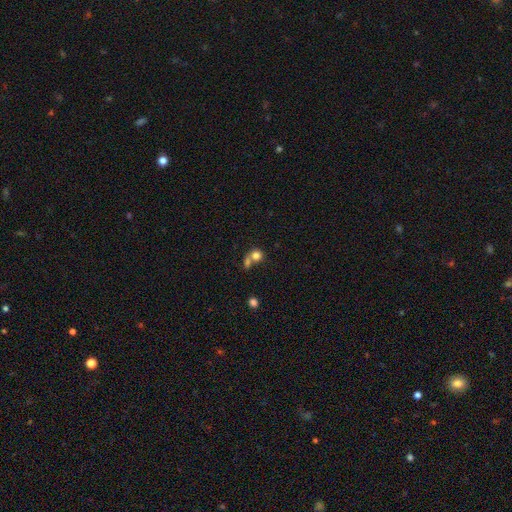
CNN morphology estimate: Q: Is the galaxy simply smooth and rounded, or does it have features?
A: smooth — 78%.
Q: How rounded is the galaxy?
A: round — 81%.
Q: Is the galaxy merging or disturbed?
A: merger — 50%.